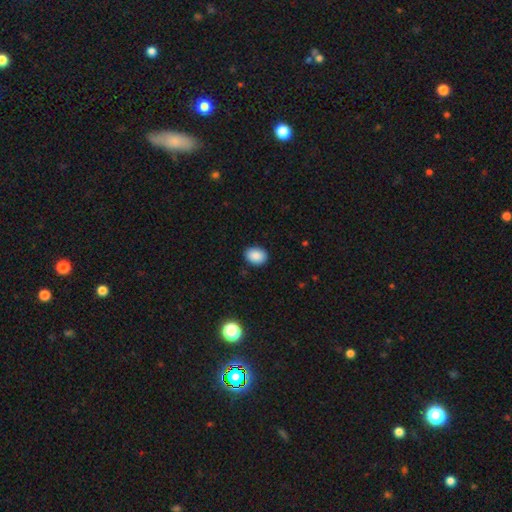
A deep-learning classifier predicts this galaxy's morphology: Smooth or featured: smooth — 88% (star or artifact — 8%)
How rounded: in between — 70% (round — 29%)
Merging: none — 88% (minor disturbance — 9%)